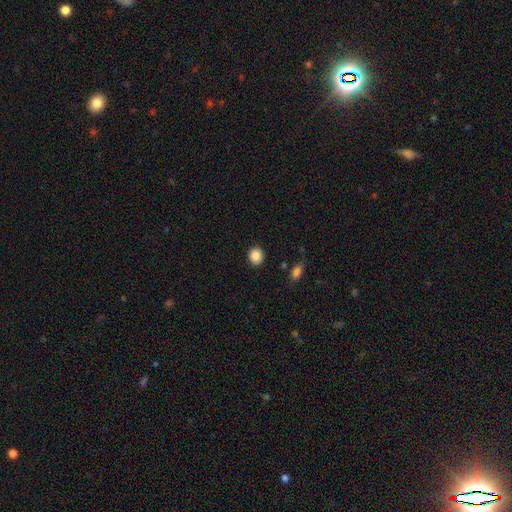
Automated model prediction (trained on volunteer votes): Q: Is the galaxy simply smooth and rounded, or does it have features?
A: smooth — 88%.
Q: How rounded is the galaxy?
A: round — 71%.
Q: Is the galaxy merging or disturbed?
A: none — 89%.